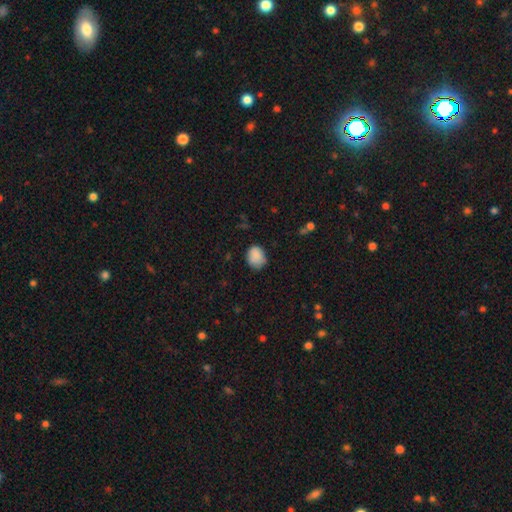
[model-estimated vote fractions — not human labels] smooth_or_featured: smooth (p=0.87) [alt: star or artifact p=0.08]
how_rounded: round (p=0.53) [alt: in between p=0.46]
merging: none (p=0.69) [alt: minor disturbance p=0.25]